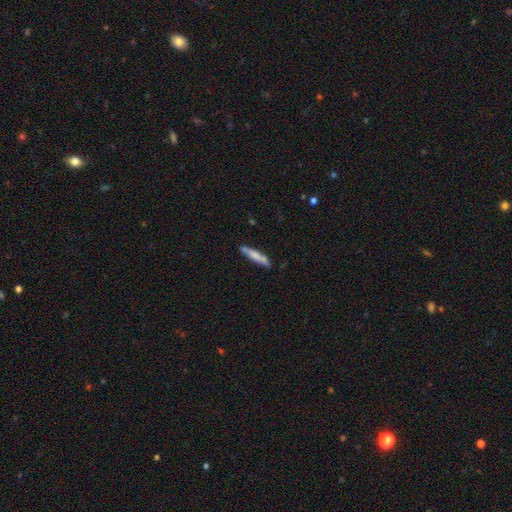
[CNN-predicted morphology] This is likely a smooth galaxy (65%). How rounded: clearly cigar-shaped (90%). Merging: likely none (77%).